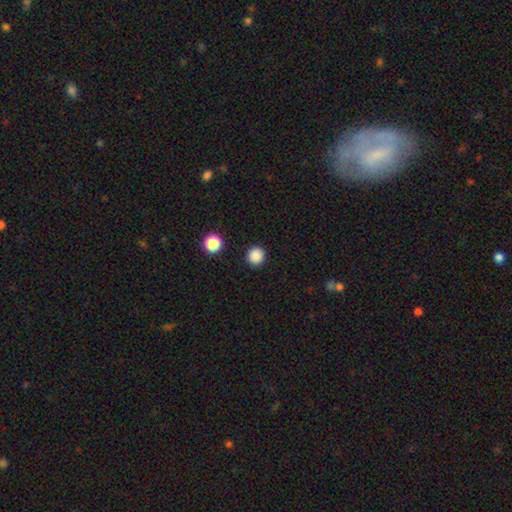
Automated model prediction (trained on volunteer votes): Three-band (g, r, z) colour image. It shows a smooth galaxy with no disk features (87%) that is round (93%). Merging: none (92%).